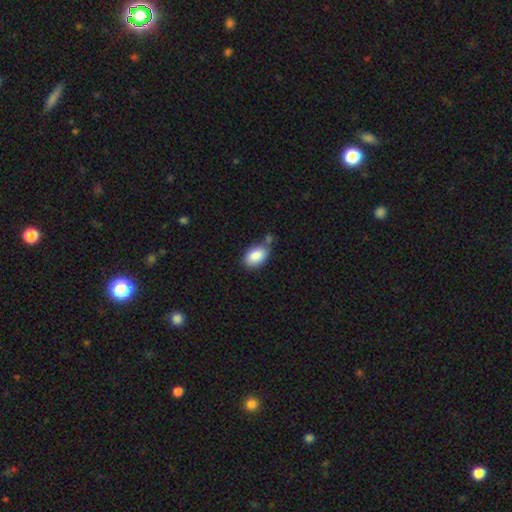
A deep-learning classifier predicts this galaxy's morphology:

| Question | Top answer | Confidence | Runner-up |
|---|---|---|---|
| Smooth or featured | smooth | 88% | star or artifact (7%) |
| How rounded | in between | 90% | round (9%) |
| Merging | none | 63% | minor disturbance (18%) |